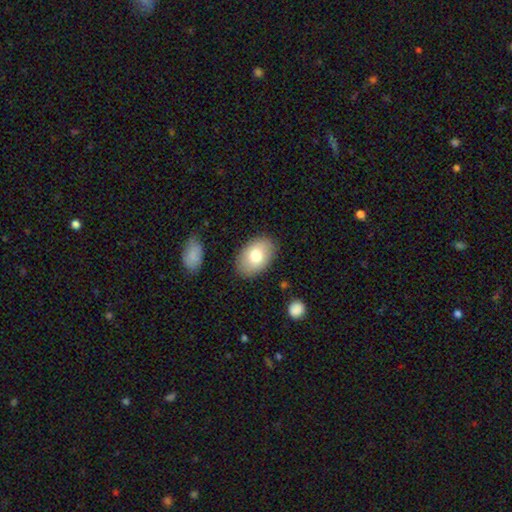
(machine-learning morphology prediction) Q: Smooth or featured?
A: smooth (76%); runner-up: featured or disk (17%)
Q: How rounded?
A: in between (86%); runner-up: round (13%)
Q: Merging?
A: none (85%); runner-up: minor disturbance (10%)